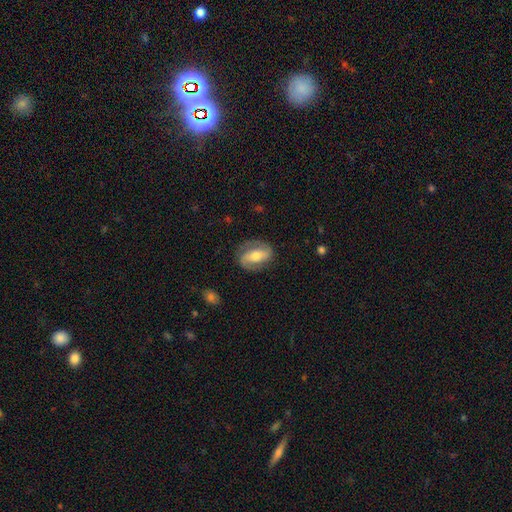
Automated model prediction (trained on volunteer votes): This appears to be a featured or disk galaxy (71%) with a strong bar (39%), 2 (87%) medium (45%) spiral arms (87%) and a moderate central bulge (63%). Merging: none (79%).